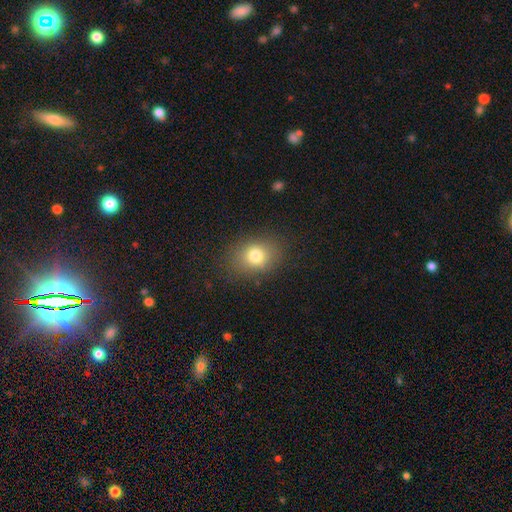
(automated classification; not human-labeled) A smooth galaxy with no disk features (78%) that is in between round and cigar-shaped (55%). Merging: none (84%).